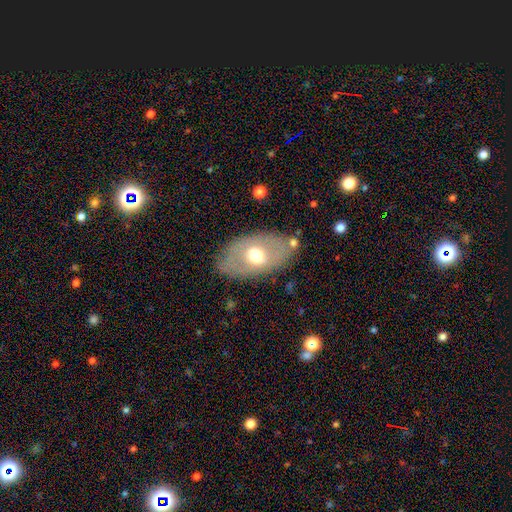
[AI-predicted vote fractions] A smooth galaxy with no disk features (49%). Merging: none (79%).